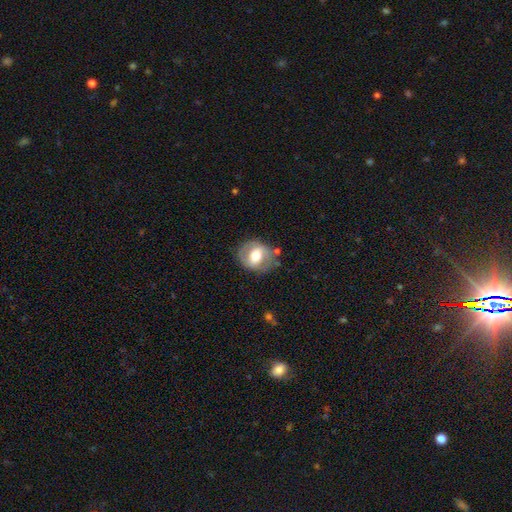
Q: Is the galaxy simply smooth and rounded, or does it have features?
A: featured or disk — 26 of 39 (67%).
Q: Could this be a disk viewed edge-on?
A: no — 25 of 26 (96%).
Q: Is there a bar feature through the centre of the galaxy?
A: weak — 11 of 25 (44%).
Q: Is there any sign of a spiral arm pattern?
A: yes — 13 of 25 (52%).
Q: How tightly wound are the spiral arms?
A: medium — 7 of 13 (54%).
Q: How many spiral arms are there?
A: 2 — 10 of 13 (77%).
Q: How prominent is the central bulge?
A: moderate — 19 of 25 (76%).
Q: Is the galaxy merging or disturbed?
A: none — 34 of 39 (87%).